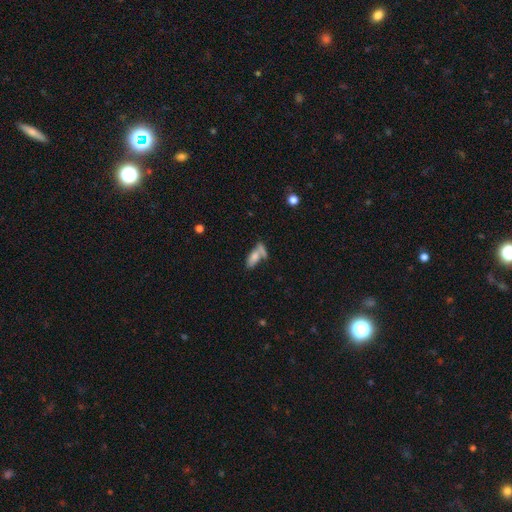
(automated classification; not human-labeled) A smooth galaxy with no disk features (71%) that is in between round and cigar-shaped (72%).

Vote fractions:
- Smooth or featured? smooth: 71% / featured or disk: 20% / star or artifact: 9%
- How rounded? in between: 72% / cigar-shaped: 24% / round: 4%
- Merging? none: 39% / merger: 35% / minor disturbance: 16% / major disturbance: 10%